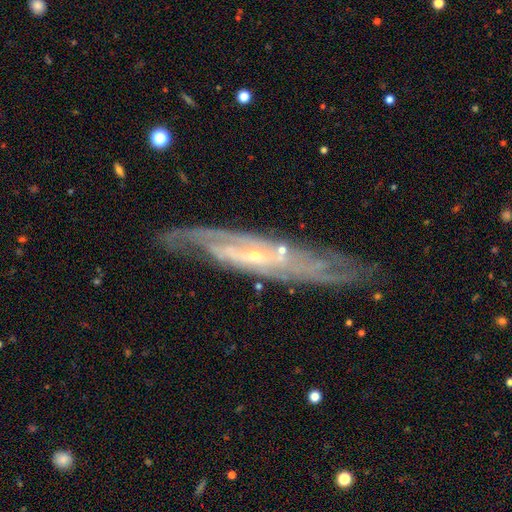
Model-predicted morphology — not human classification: smooth-or-featured: featured or disk: 85% | smooth: 8% | star or artifact: 6%
  disk-edge-on: no: 68% | yes: 32%
    bar: no: 51% | weak: 33% | strong: 16%
    has-spiral-arms: yes: 94% | no: 6%
      spiral-winding: tight: 56% | medium: 34% | loose: 10%
      spiral-arm-count: 2: 38% | can't tell: 34% | 3: 12% | 4: 6% | 1: 5% | more than 4: 5%
    bulge-size: small: 82% | moderate: 13% | none: 3% | large: 1% | dominant: 1%
  merging: none: 75% | minor disturbance: 16% | major disturbance: 6% | merger: 3%